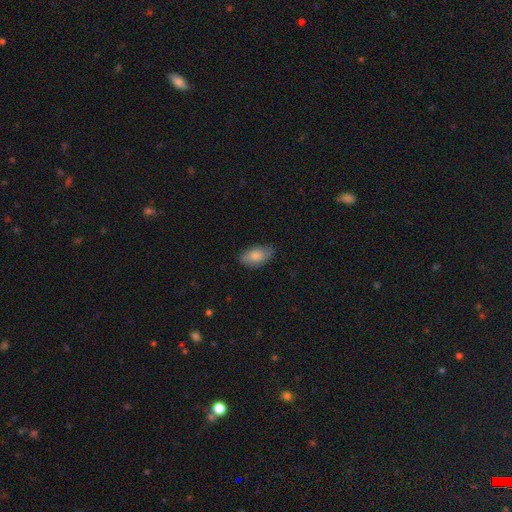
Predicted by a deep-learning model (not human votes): Morphology: type=smooth (83%); roundness=in between (93%); merging=none (79%).